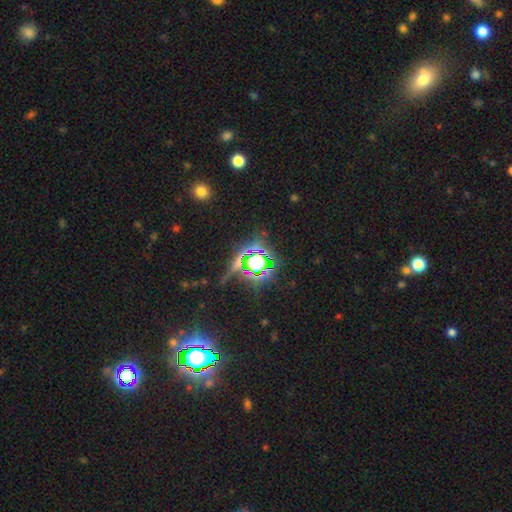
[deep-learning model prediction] This appears to be a star or artifact, not a galaxy (72%).